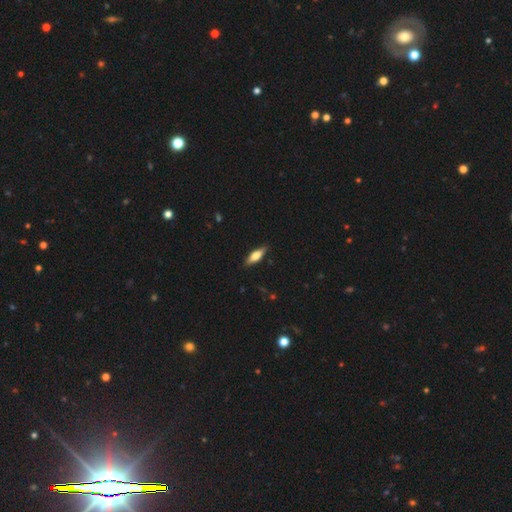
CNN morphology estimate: Smooth or featured? Predicted: smooth (p=0.57). How rounded? Predicted: in between (p=0.55). Merging? Predicted: none (p=0.87).